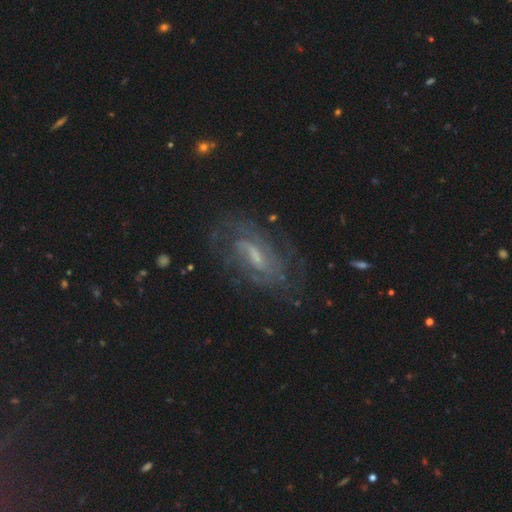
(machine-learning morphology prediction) Overall: featured or disk (82%). Edge-on disk: no (92%). Bar: weak (52%; strong 28%). Spiral arms: yes (92%). Spiral arm count: 2 (40%; can't tell 35%). Spiral winding: tight (45%; medium 40%). Bulge size: small (41%; moderate 35%). Merging: none (71%).